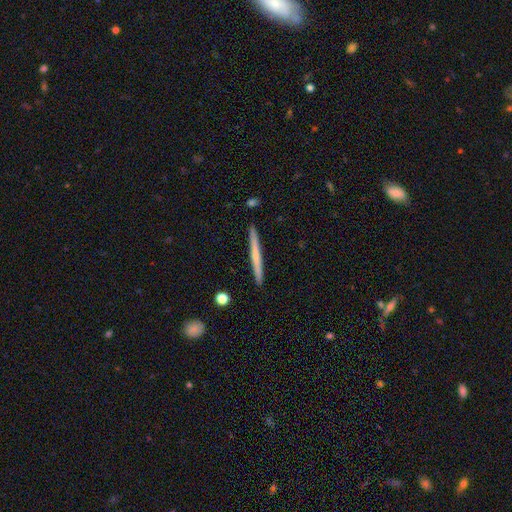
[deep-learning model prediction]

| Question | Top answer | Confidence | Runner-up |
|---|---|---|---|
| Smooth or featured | smooth | 52% | featured or disk (43%) |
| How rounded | cigar-shaped | 97% | in between (2%) |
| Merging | none | 92% | minor disturbance (5%) |